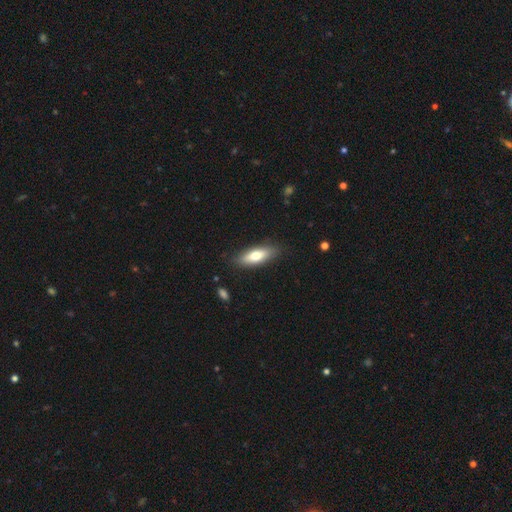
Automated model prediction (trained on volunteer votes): Q: Smooth or featured?
A: smooth (69%); runner-up: featured or disk (25%)
Q: How rounded?
A: in between (62%); runner-up: cigar-shaped (35%)
Q: Merging?
A: none (86%); runner-up: minor disturbance (10%)